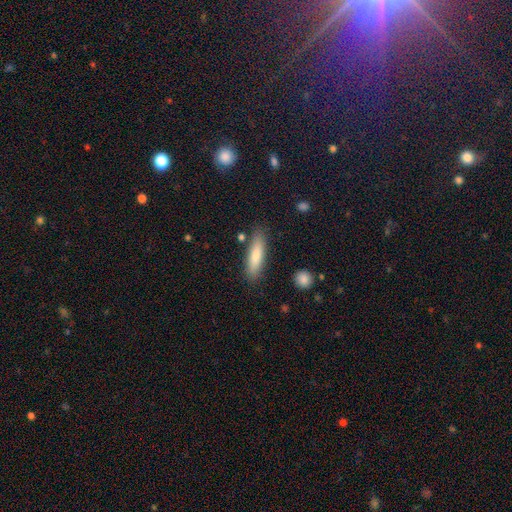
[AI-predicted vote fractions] This is likely a smooth galaxy (75%). How rounded: likely cigar-shaped (70%). Merging: clearly none (84%).